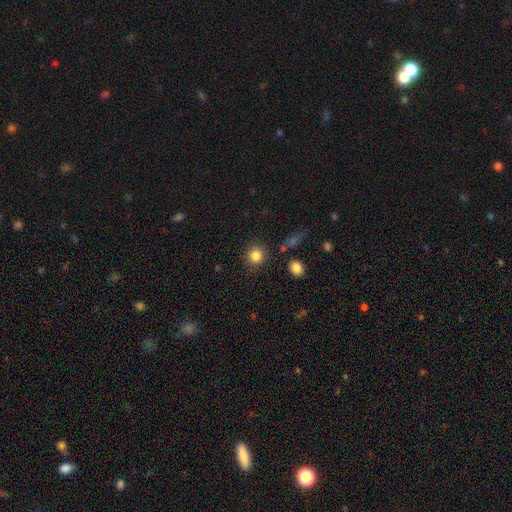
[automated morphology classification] The model was most divided on "smooth or featured": smooth: 84%, star or artifact: 10%, featured or disk: 6%. More confident: how rounded — round (90%); merging — none (86%).